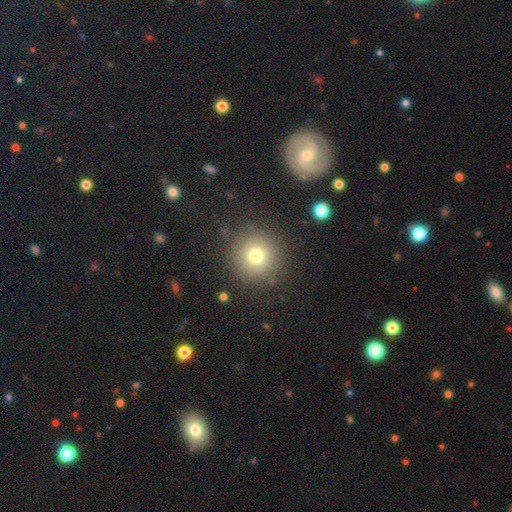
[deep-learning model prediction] Overall: smooth (73%). How rounded: round (95%). Merging: none (85%).